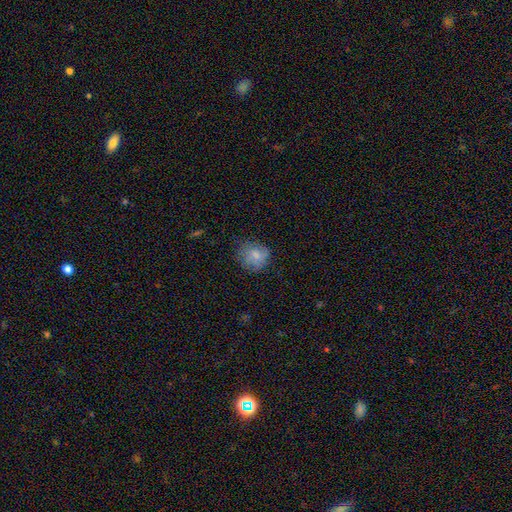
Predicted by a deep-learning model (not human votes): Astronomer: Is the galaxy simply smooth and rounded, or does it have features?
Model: smooth — 70%.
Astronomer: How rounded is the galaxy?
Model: round — 74%.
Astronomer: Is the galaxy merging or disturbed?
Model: none — 65%.